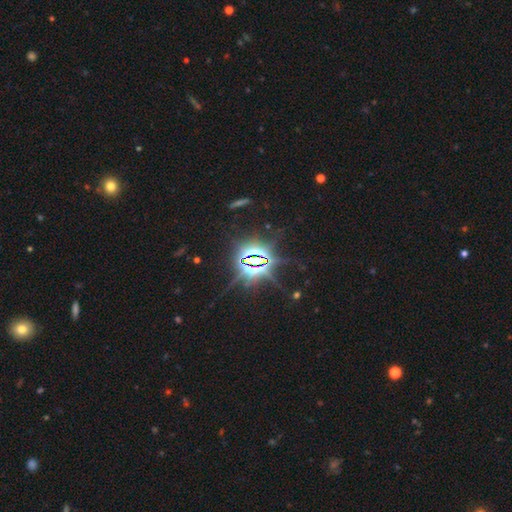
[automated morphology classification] This appears to be a star or artifact, not a galaxy (84%).